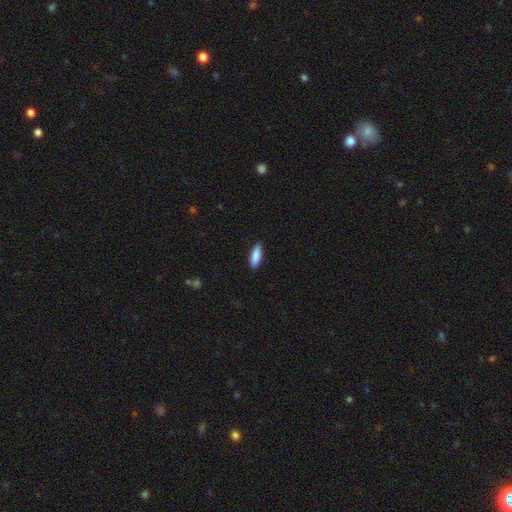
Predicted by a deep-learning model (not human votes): smooth_or_featured: smooth (p=0.86) [alt: featured or disk p=0.08]
how_rounded: cigar-shaped (p=0.50) [alt: in between p=0.49]
merging: none (p=0.89) [alt: minor disturbance p=0.08]